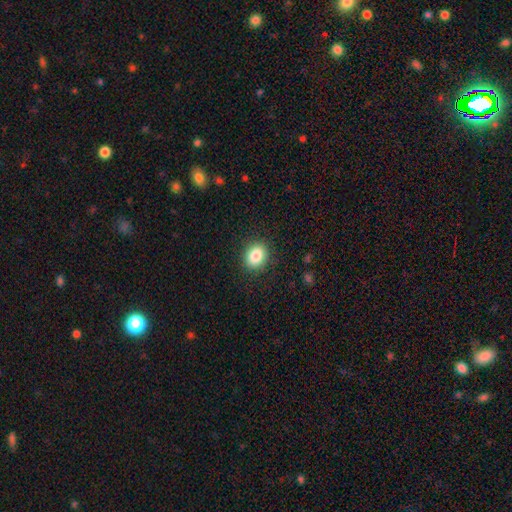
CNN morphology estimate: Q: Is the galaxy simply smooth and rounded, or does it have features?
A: smooth — 85%.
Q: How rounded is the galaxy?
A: round — 52%.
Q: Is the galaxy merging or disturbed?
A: none — 89%.